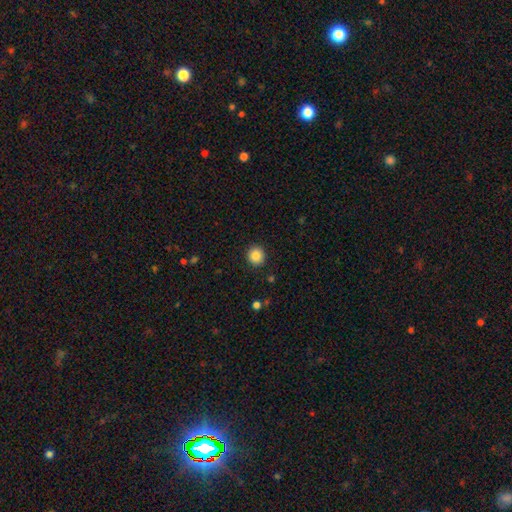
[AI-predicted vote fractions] The model was most divided on "smooth or featured": smooth: 86%, star or artifact: 10%, featured or disk: 4%. More confident: merging — none (91%); how rounded — round (90%).